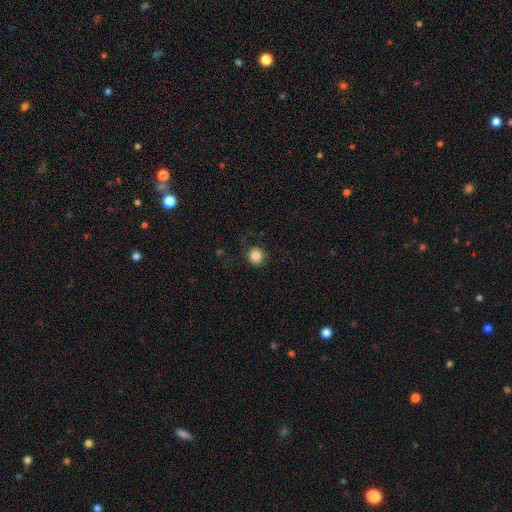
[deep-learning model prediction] This appears to be a smooth galaxy with no disk features (84%) that is round (90%). Merging: none (81%).